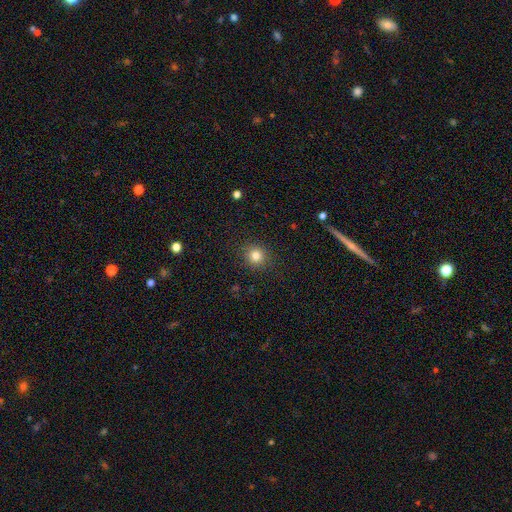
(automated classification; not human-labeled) Smooth or featured: smooth — 82% (star or artifact — 12%)
How rounded: round — 90% (in between — 9%)
Merging: none — 90% (minor disturbance — 7%)